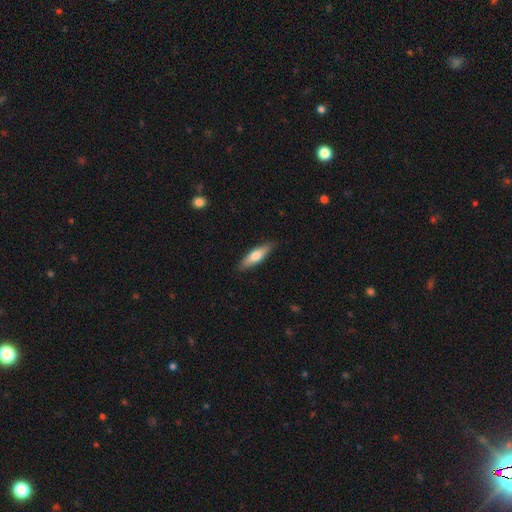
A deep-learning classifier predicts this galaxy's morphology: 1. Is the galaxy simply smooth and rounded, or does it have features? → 63% smooth, 31% featured or disk, 6% star or artifact.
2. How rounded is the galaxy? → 61% cigar-shaped, 37% in between, 2% round.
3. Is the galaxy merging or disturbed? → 87% none, 10% minor disturbance, 2% major disturbance, 1% merger.